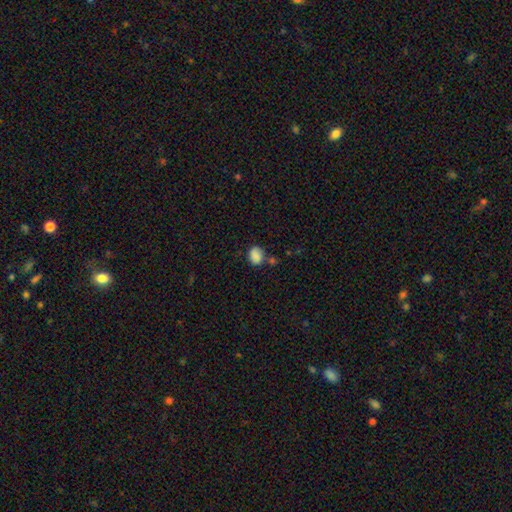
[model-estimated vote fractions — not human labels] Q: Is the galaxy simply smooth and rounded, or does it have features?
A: smooth — 86%.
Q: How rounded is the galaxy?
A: in between — 60%.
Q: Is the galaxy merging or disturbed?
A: none — 60%.